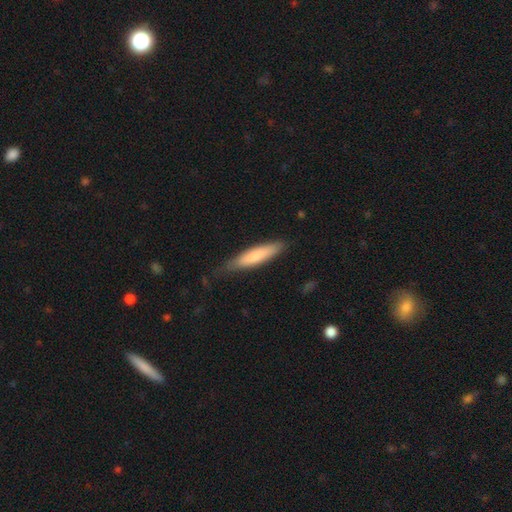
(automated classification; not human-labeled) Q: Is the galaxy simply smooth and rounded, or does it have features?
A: smooth — 77%.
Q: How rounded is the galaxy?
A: cigar-shaped — 80%.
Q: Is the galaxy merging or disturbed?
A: none — 72%.